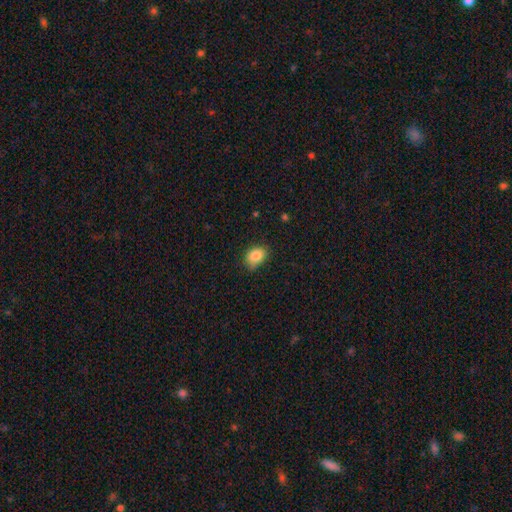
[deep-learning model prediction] Smooth or featured?
  - smooth: 85% *
  - star or artifact: 9%
  - featured or disk: 6%
How rounded?
  - in between: 70% *
  - round: 29%
  - cigar-shaped: 1%
Merging?
  - none: 71% *
  - minor disturbance: 23%
  - major disturbance: 4%
  - merger: 1%